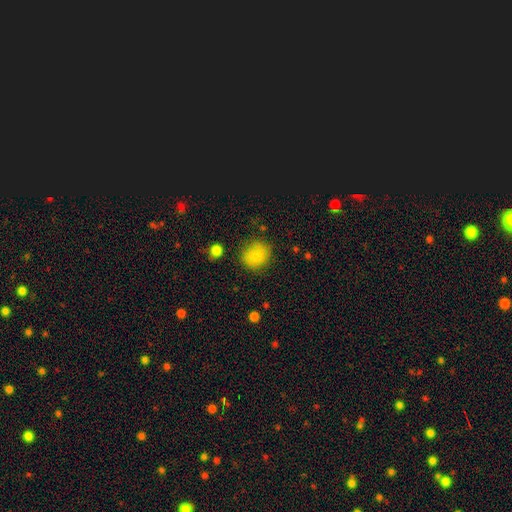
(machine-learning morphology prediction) A smooth galaxy with no disk features (82%) that is round (83%). Merging: none (79%).